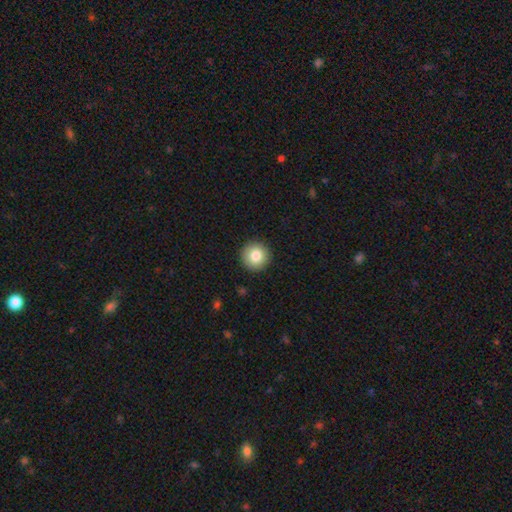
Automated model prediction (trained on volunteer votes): smooth_or_featured: smooth (p=0.82) [alt: featured or disk p=0.09]
how_rounded: round (p=0.96) [alt: in between p=0.04]
merging: none (p=0.92) [alt: minor disturbance p=0.05]